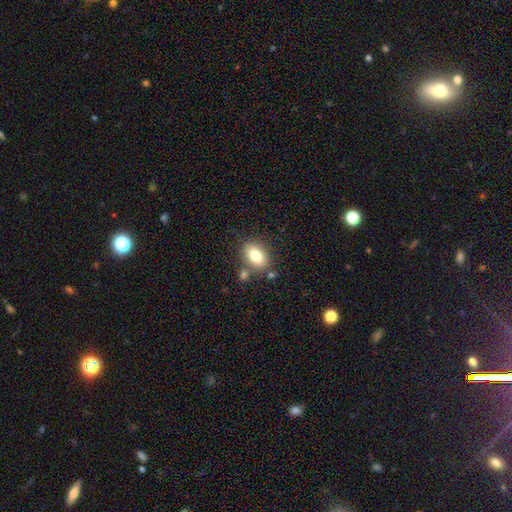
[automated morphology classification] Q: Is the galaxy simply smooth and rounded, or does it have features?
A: smooth — 81%.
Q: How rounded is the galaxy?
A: in between — 86%.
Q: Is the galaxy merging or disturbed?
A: none — 73%.